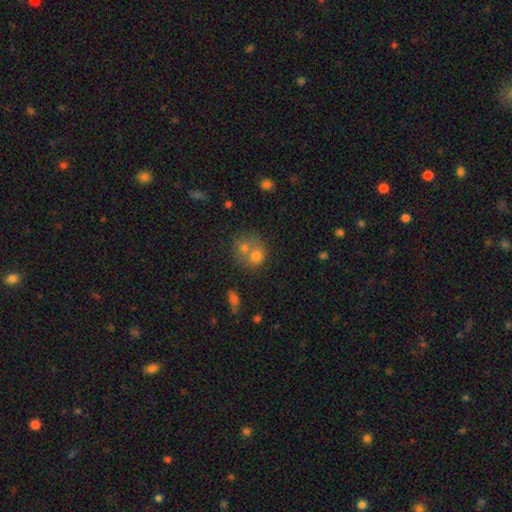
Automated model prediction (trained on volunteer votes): The model was most divided on "merging": merger: 57%, none: 31%, minor disturbance: 8%, major disturbance: 4%. More confident: how rounded — round (73%); smooth or featured — smooth (70%).